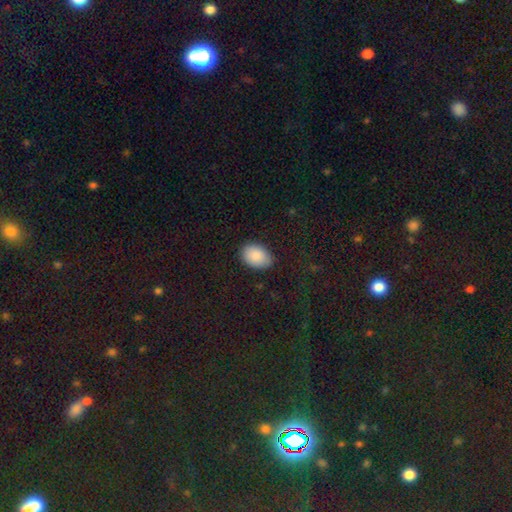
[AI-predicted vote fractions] This is clearly a smooth galaxy (89%). How rounded: clearly in between (83%). Merging: clearly none (84%).